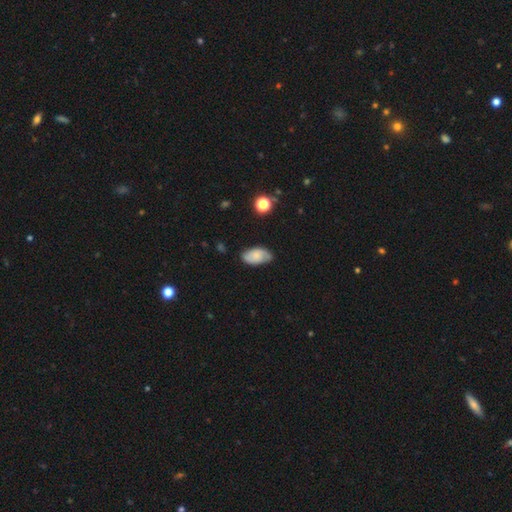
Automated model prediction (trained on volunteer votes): A smooth galaxy with no disk features (60%) that is in between round and cigar-shaped (93%). Merging: none (70%).